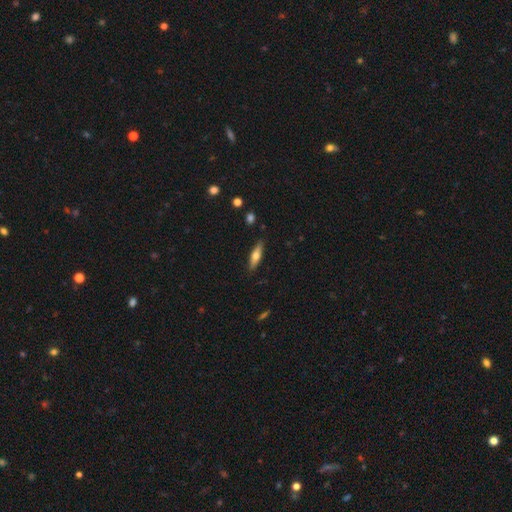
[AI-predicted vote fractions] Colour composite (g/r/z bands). It shows a smooth galaxy with no disk features (55%) that is cigar-shaped (64%). Merging: none (87%).